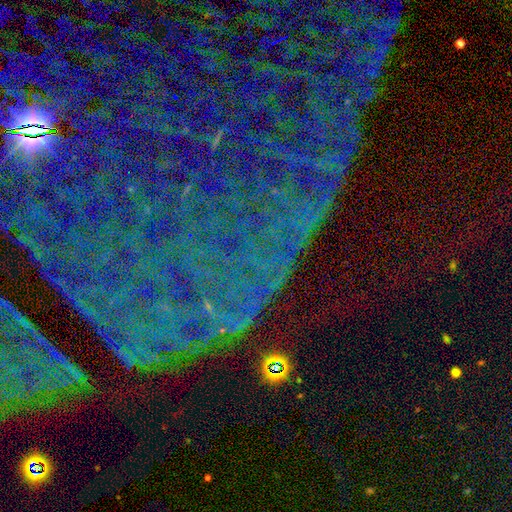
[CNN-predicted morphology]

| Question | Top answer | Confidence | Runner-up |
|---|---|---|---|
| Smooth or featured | star or artifact | 83% | featured or disk (9%) |